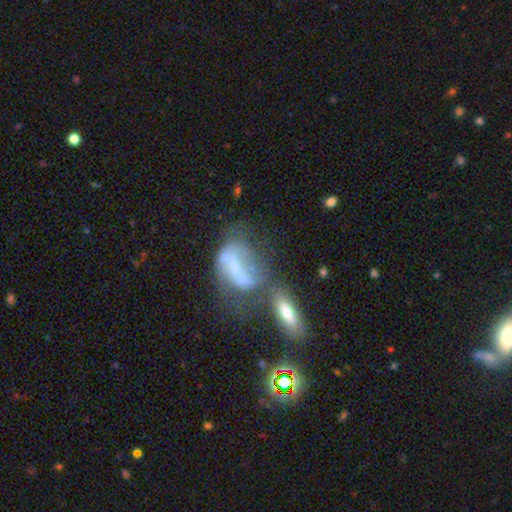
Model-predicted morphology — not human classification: featured or disk 53%, smooth 32%, star or artifact 15%. Down the decision tree: edge-on disk — no (83%); merging — merger (41%).